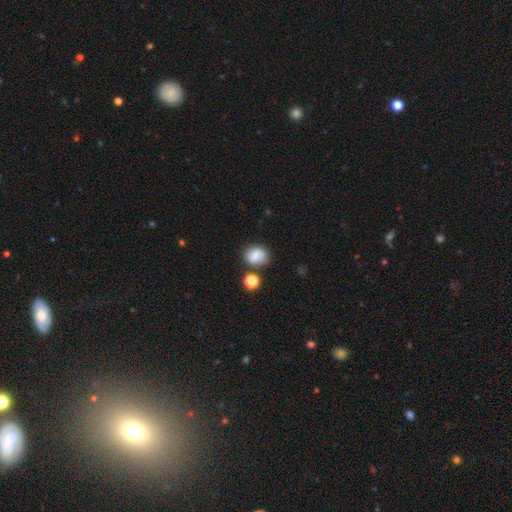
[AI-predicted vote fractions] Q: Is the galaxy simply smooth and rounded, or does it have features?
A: smooth — 77%.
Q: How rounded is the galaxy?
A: round — 66%.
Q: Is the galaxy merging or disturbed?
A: none — 71%.